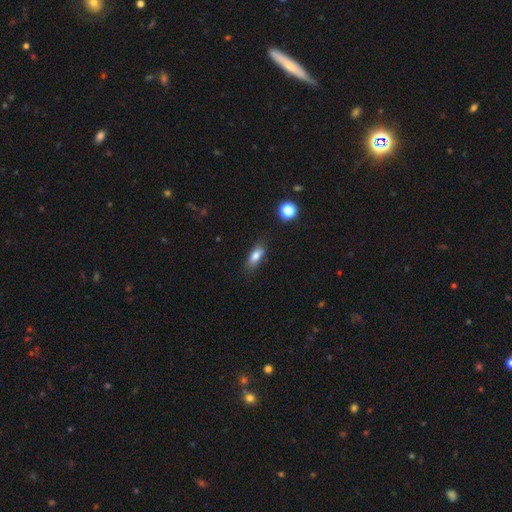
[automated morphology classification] A smooth galaxy with no disk features (78%) that is in between round and cigar-shaped (74%). Merging: none (77%).